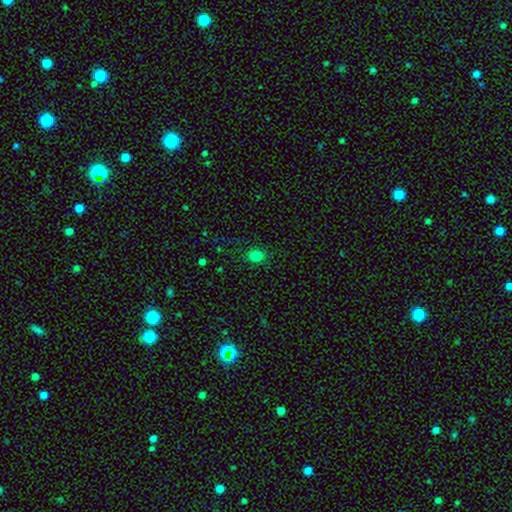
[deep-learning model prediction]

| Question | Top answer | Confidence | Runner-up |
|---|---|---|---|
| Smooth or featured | smooth | 81% | star or artifact (14%) |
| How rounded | round | 69% | in between (30%) |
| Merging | none | 87% | minor disturbance (9%) |